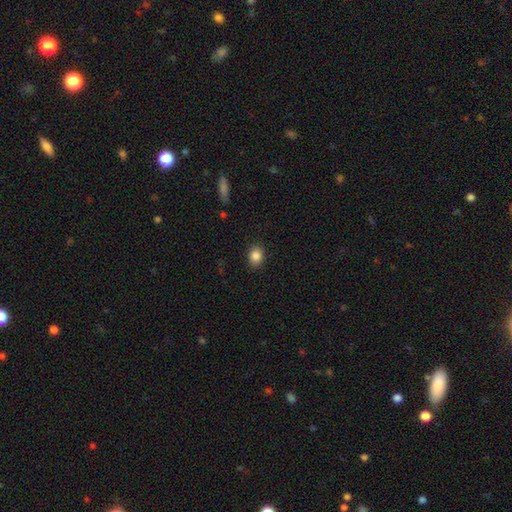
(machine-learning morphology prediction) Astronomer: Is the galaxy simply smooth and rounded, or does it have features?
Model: smooth — 86%.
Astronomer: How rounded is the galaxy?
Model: in between — 52% (runner-up: round, 47%).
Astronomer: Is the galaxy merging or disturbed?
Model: none — 88%.